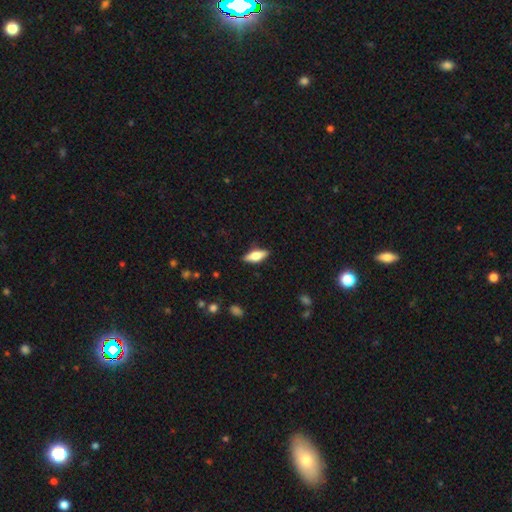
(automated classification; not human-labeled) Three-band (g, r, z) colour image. It shows a smooth galaxy with no disk features (55%) that is in between round and cigar-shaped (66%). Merging: none (86%).